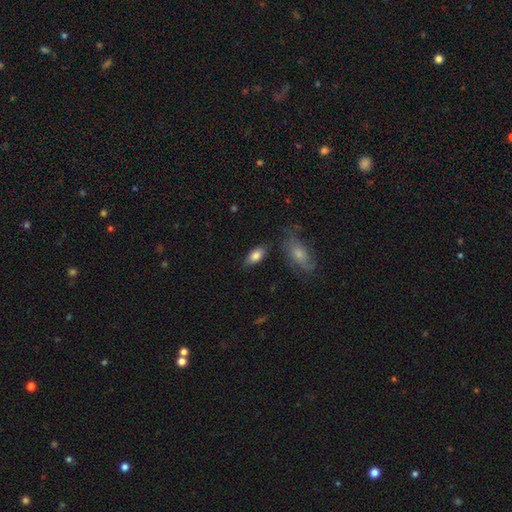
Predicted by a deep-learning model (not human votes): Overall: smooth (81%). How rounded: in between (90%). Merging: none (78%).